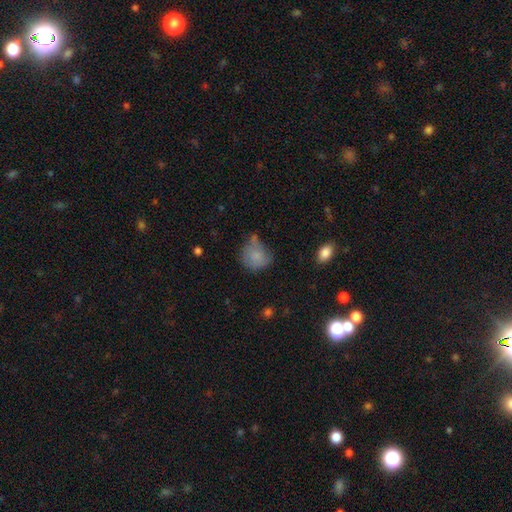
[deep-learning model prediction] Q: Smooth or featured?
A: smooth (80%); runner-up: featured or disk (11%)
Q: How rounded?
A: round (74%); runner-up: in between (25%)
Q: Merging?
A: none (45%); runner-up: minor disturbance (32%)